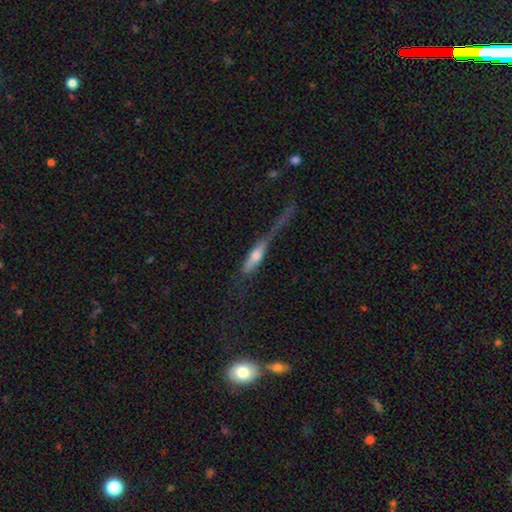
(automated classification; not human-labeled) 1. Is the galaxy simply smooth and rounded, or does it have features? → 54% smooth, 38% featured or disk, 8% star or artifact.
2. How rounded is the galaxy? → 75% cigar-shaped, 22% in between, 3% round.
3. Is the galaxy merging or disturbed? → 43% major disturbance, 26% none, 23% minor disturbance, 9% merger.